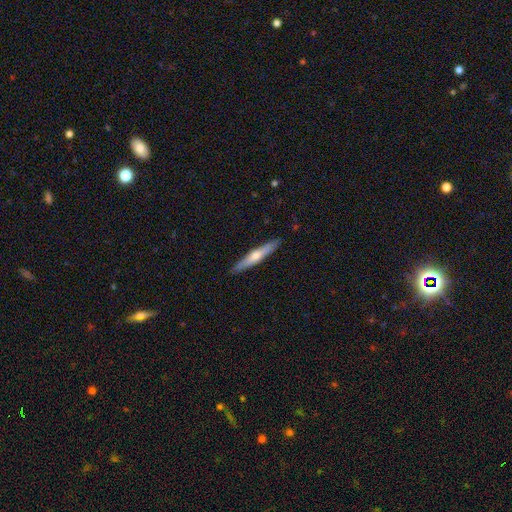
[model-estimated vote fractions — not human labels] This appears to be a featured or disk galaxy (54%) viewed edge-on (94%) with a rounded central bulge (80%). Merging: none (90%).